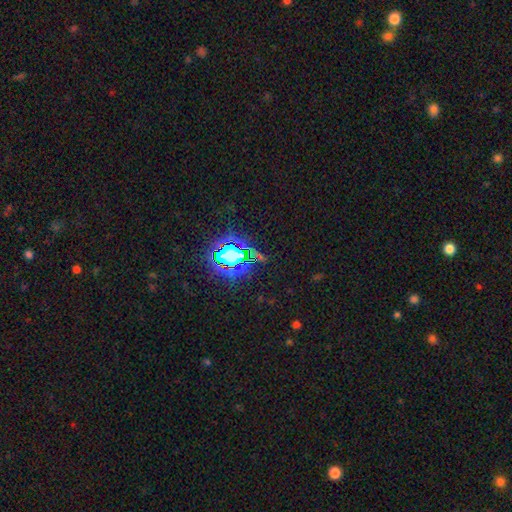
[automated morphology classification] Q: Smooth or featured?
A: star or artifact (77%); runner-up: smooth (14%)